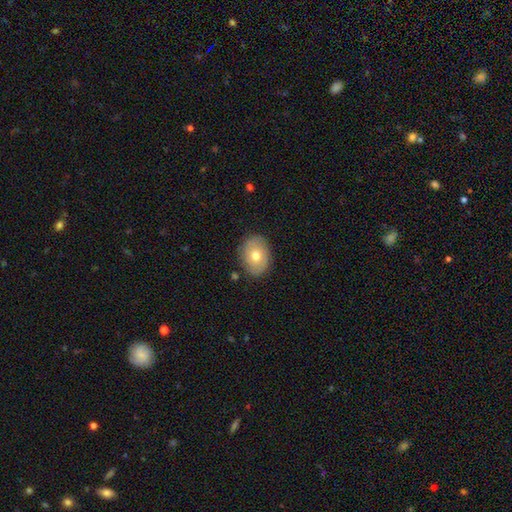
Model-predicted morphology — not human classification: This is likely a smooth galaxy (65%). How rounded: likely in between (64%). Merging: clearly none (83%).